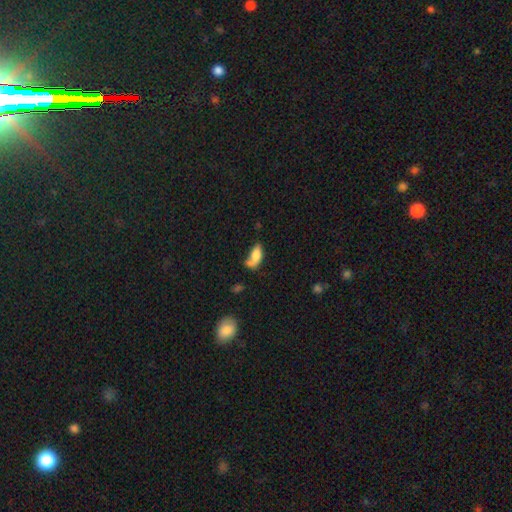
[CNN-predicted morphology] A smooth galaxy with no disk features (74%) that is in between round and cigar-shaped (85%). Merging: none (36%).